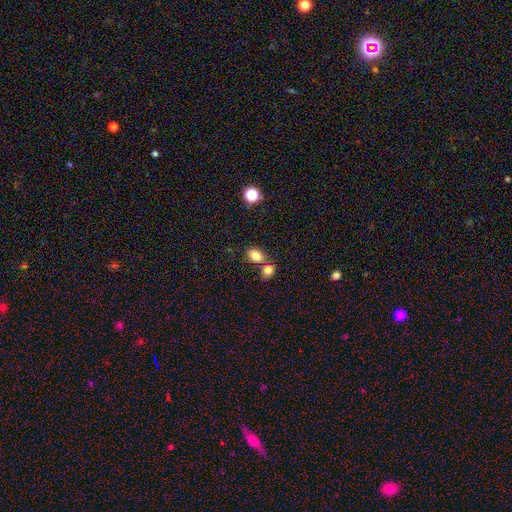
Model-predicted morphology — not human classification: smooth_or_featured: smooth (p=0.82) [alt: star or artifact p=0.11]
how_rounded: in between (p=0.72) [alt: round p=0.27]
merging: none (p=0.55) [alt: merger p=0.32]